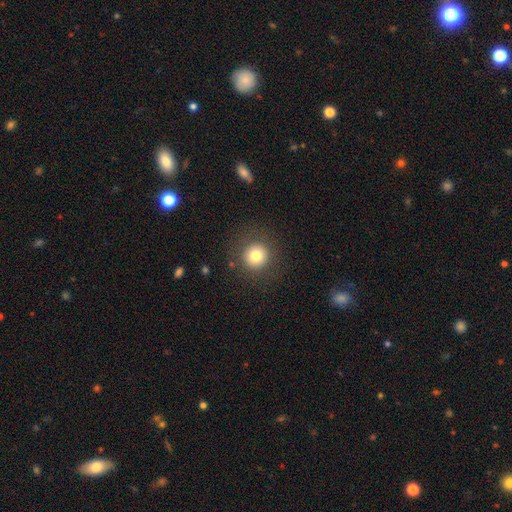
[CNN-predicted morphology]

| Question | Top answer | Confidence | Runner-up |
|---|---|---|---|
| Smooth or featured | smooth | 78% | star or artifact (12%) |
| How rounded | round | 94% | in between (5%) |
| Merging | none | 87% | minor disturbance (7%) |